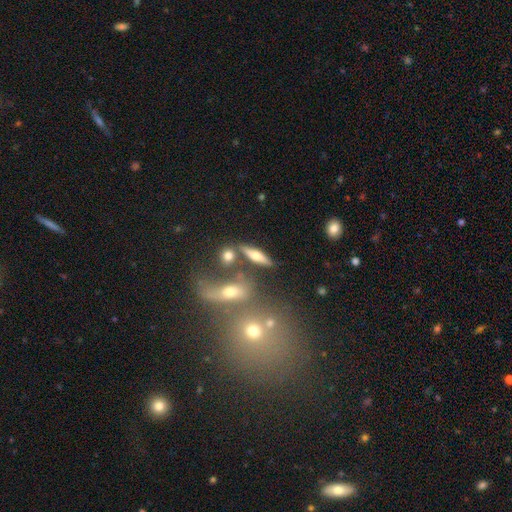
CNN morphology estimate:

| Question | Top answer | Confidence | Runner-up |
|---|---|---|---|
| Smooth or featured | featured or disk | 47% | smooth (44%) |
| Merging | none | 69% | merger (14%) |